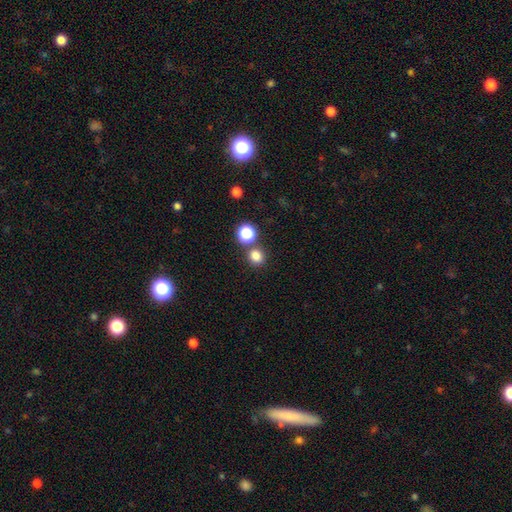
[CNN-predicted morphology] This appears to be a smooth galaxy with no disk features (80%) that is round (84%). Merging: none (77%).